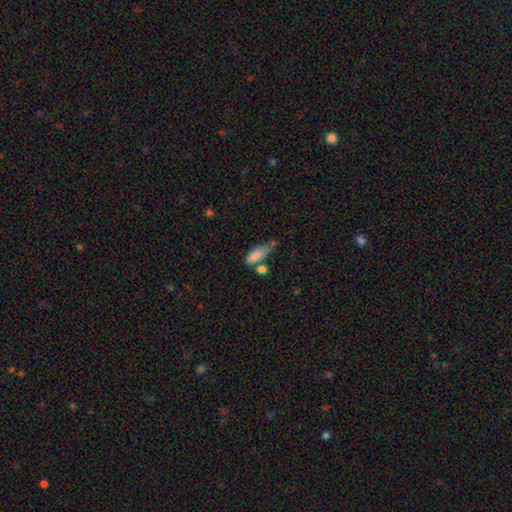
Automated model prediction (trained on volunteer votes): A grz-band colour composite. It shows a smooth galaxy with no disk features (82%) that is in between round and cigar-shaped (69%). Merging: none (36%).